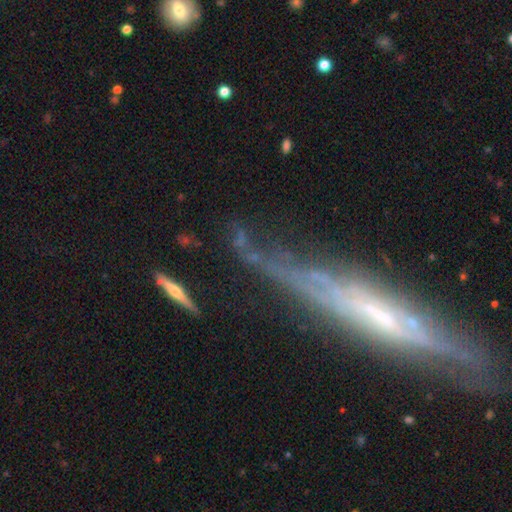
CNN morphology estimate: Smooth or featured?
  - featured or disk: 55% *
  - smooth: 27%
  - star or artifact: 18%
Edge-on disk?
  - yes: 68% *
  - no: 32%
Merging?
  - none: 57% *
  - minor disturbance: 19%
  - major disturbance: 16%
  - merger: 8%